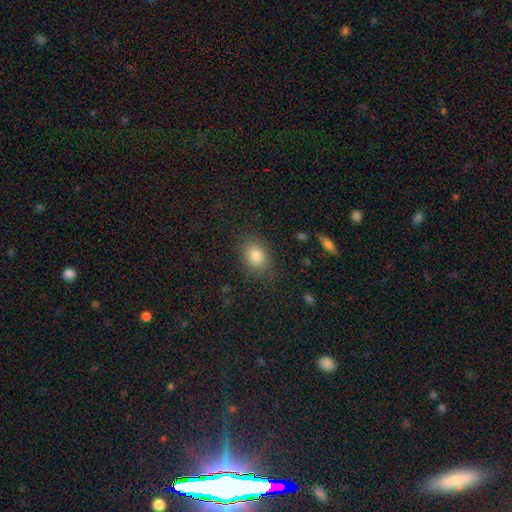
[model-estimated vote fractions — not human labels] Smooth or featured? smooth (82%)
How rounded? in between (63%)
Merging? none (82%)